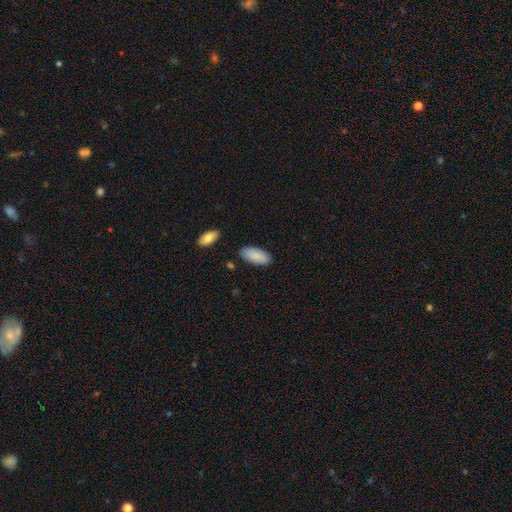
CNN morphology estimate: Overall: smooth (88%). How rounded: in between (89%). Merging: none (84%).